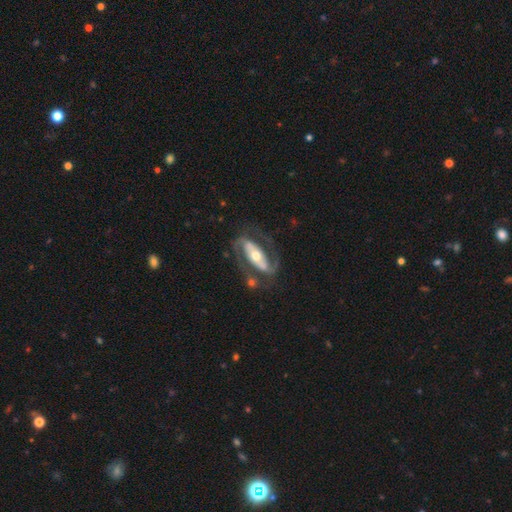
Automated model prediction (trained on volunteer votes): Smooth or featured? featured or disk (85%)
Edge-on disk? no (92%)
Bar? strong (56%)
Spiral arms? yes (91%)
Spiral winding? medium (50%)
Spiral arm count? 2 (89%)
Bulge size? moderate (62%)
Merging? none (69%)